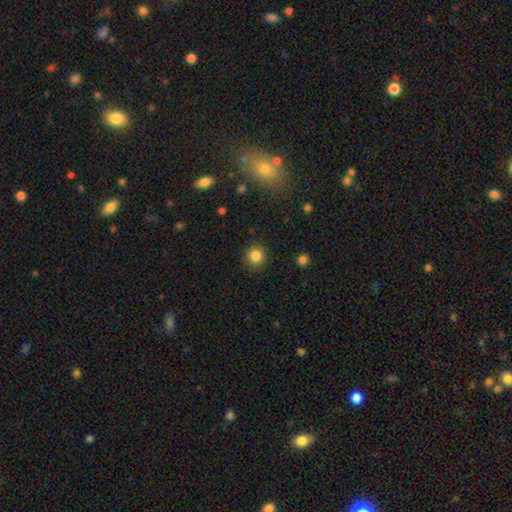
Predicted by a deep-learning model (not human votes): A smooth galaxy with no disk features (84%) that is round (92%).

Vote fractions:
- Smooth or featured? smooth: 84% / star or artifact: 11% / featured or disk: 5%
- How rounded? round: 92% / in between: 7% / cigar-shaped: 1%
- Merging? none: 90% / minor disturbance: 6% / major disturbance: 2% / merger: 1%